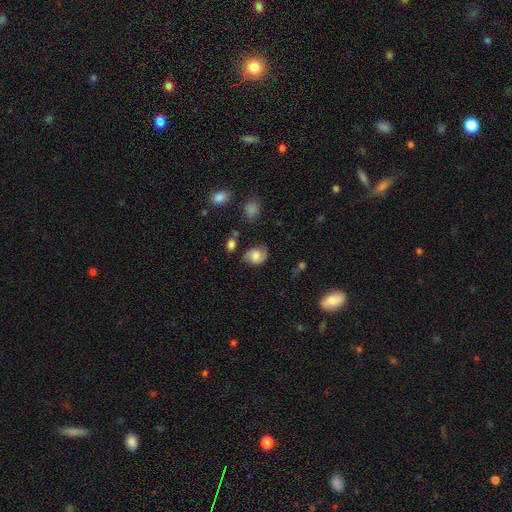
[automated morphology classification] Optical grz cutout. It shows a smooth galaxy with no disk features (55%) that is in between round and cigar-shaped (54%). Merging: none (66%).